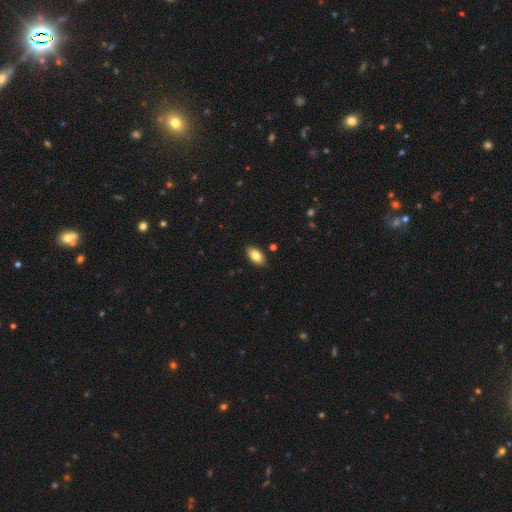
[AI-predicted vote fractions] Smooth or featured? Predicted: smooth (p=0.83). How rounded? Predicted: in between (p=0.94). Merging? Predicted: none (p=0.89).